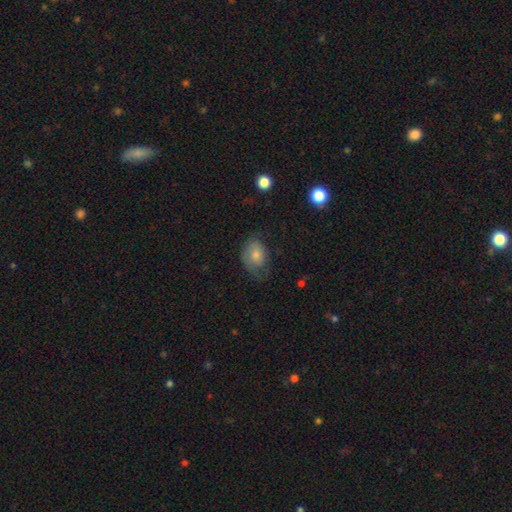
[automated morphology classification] smooth-or-featured: smooth: 64% | featured or disk: 27% | star or artifact: 9%
  how-rounded: in between: 65% | round: 34% | cigar-shaped: 1%
  merging: none: 52% | minor disturbance: 30% | major disturbance: 17% | merger: 1%